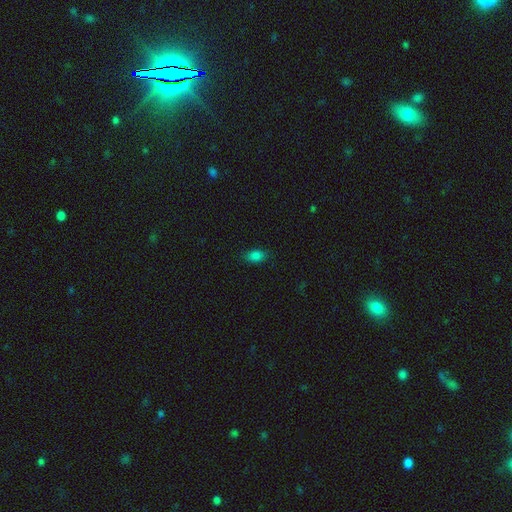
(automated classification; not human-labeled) Smooth or featured?
  - smooth: 82% *
  - star or artifact: 13%
  - featured or disk: 5%
How rounded?
  - in between: 87% *
  - round: 10%
  - cigar-shaped: 3%
Merging?
  - none: 84% *
  - minor disturbance: 12%
  - major disturbance: 3%
  - merger: 1%